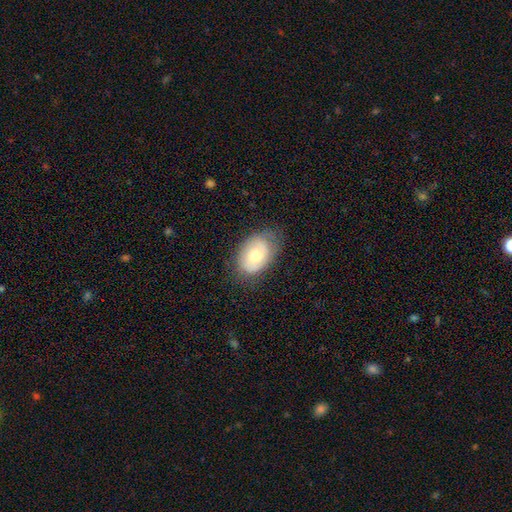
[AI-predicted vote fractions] This appears to be a smooth galaxy with no disk features (59%) that is in between round and cigar-shaped (82%). Merging: none (65%).